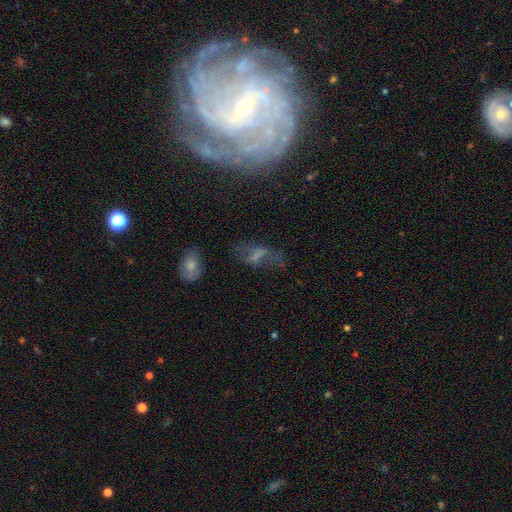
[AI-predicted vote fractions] Smooth or featured: featured or disk — 49% (smooth — 31%)
Merging: none — 53% (major disturbance — 22%)